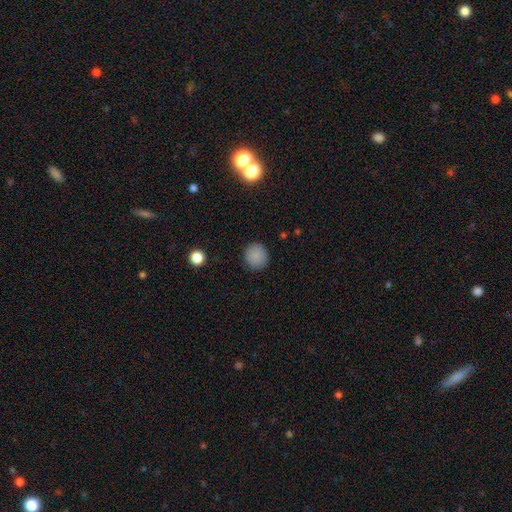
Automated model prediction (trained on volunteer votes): smooth 87%, star or artifact 10%, featured or disk 4%. Down the decision tree: how rounded — round (91%); merging — none (89%).